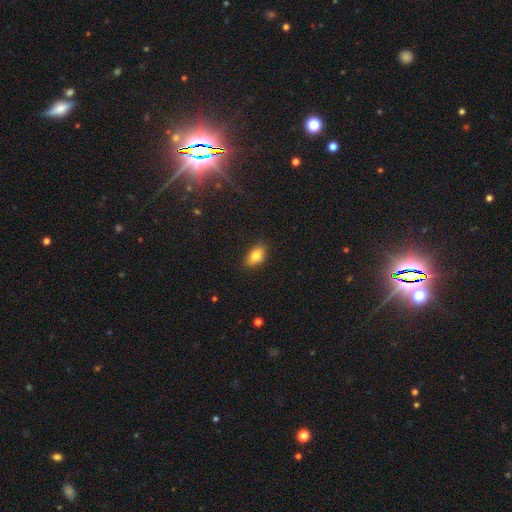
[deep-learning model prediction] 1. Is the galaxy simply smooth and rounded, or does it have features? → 80% smooth, 11% featured or disk, 9% star or artifact.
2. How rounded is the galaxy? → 87% in between, 10% round, 3% cigar-shaped.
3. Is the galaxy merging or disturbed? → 79% none, 17% minor disturbance, 3% major disturbance, 1% merger.